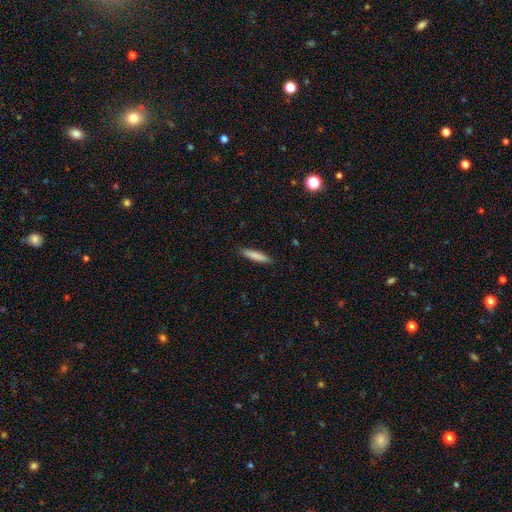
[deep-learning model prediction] Smooth or featured: smooth — 83% (featured or disk — 12%)
How rounded: cigar-shaped — 88% (in between — 10%)
Merging: none — 89% (minor disturbance — 8%)